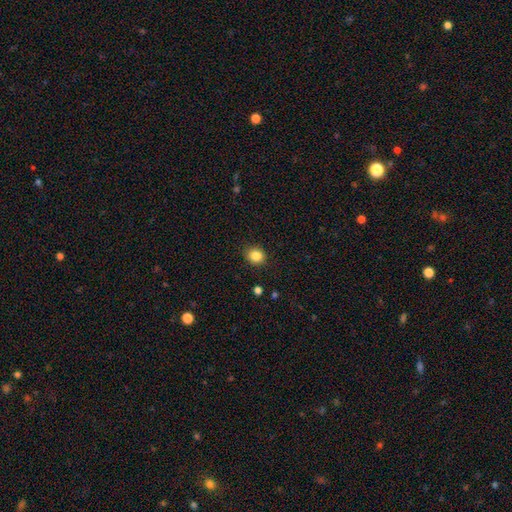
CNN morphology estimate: A smooth galaxy with no disk features (85%) that is round (77%). Merging: none (88%).